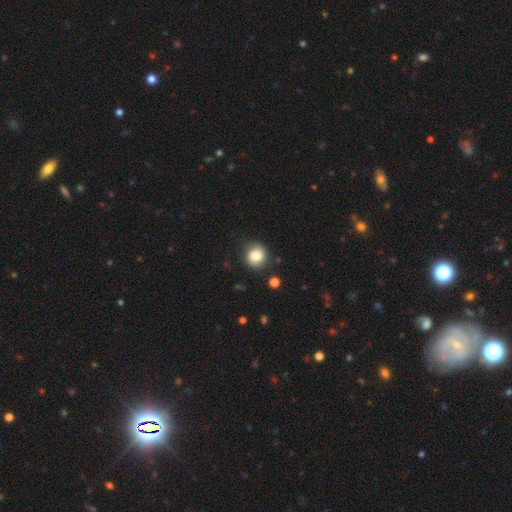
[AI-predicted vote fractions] Smooth or featured: smooth — 79% (featured or disk — 11%)
How rounded: round — 85% (in between — 14%)
Merging: none — 84% (minor disturbance — 11%)